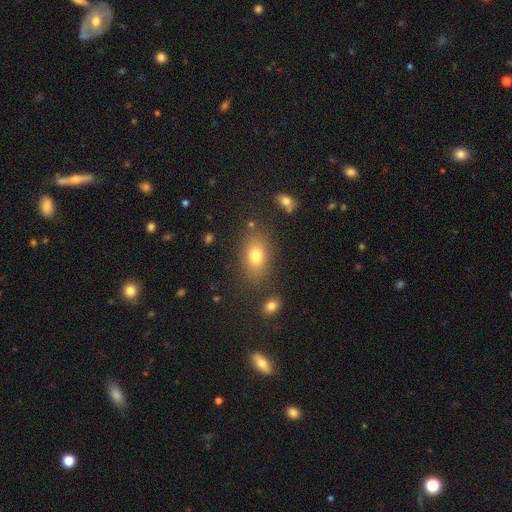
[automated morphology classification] A smooth galaxy with no disk features (76%) that is in between round and cigar-shaped (81%).

Vote fractions:
- Smooth or featured? smooth: 76% / featured or disk: 12% / star or artifact: 11%
- How rounded? in between: 81% / round: 16% / cigar-shaped: 2%
- Merging? none: 79% / minor disturbance: 12% / major disturbance: 5% / merger: 4%